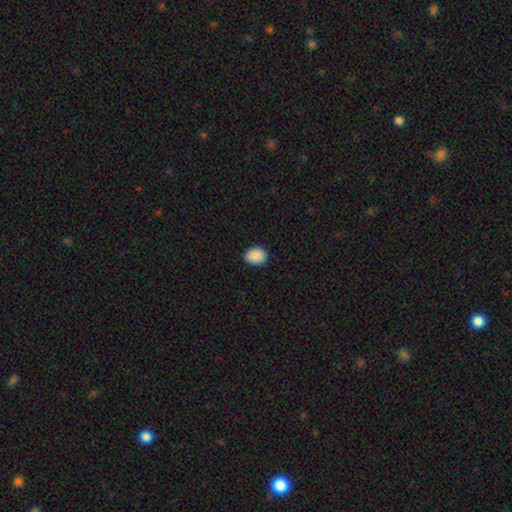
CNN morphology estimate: Smooth or featured? smooth (90%)
How rounded? in between (68%)
Merging? none (87%)